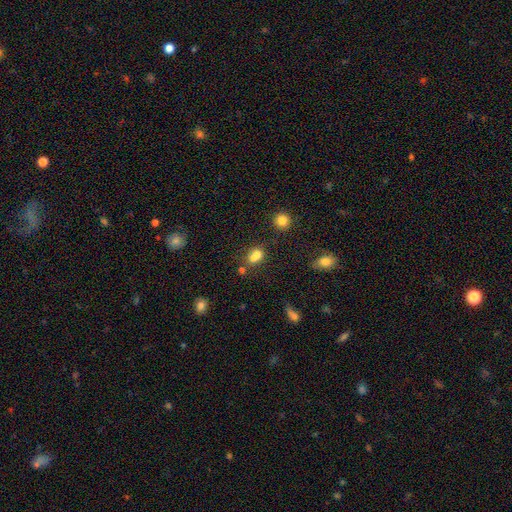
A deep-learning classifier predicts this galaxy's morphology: Smooth or featured?
  - smooth: 70% *
  - featured or disk: 15%
  - star or artifact: 15%
How rounded?
  - round: 59% *
  - in between: 39%
  - cigar-shaped: 2%
Merging?
  - merger: 55% *
  - none: 33%
  - minor disturbance: 8%
  - major disturbance: 4%